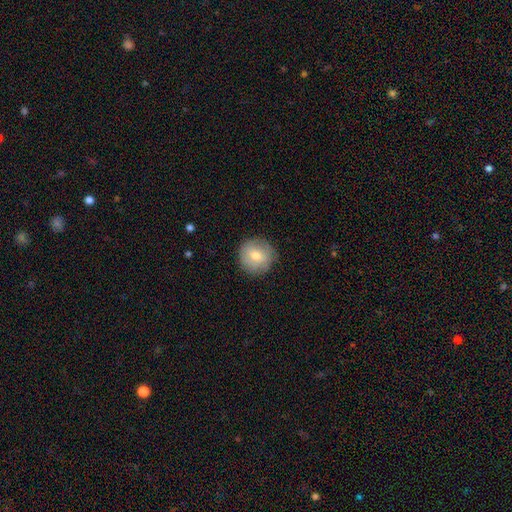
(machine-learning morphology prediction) The model was most divided on "smooth or featured": smooth: 65%, featured or disk: 27%, star or artifact: 8%. More confident: how rounded — round (93%); merging — none (85%).